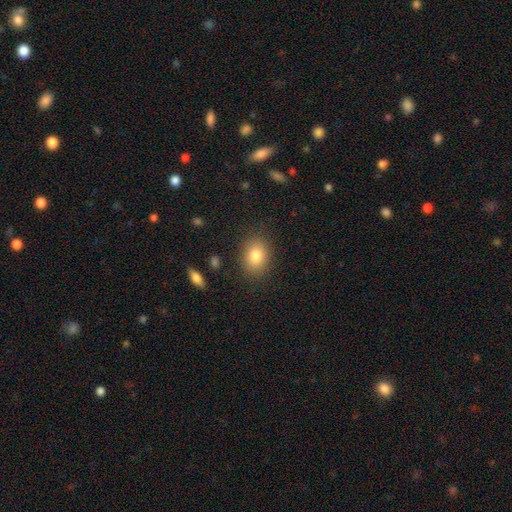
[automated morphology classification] smooth_or_featured: smooth (p=0.82) [alt: star or artifact p=0.09]
how_rounded: in between (p=0.55) [alt: round p=0.44]
merging: none (p=0.86) [alt: minor disturbance p=0.10]